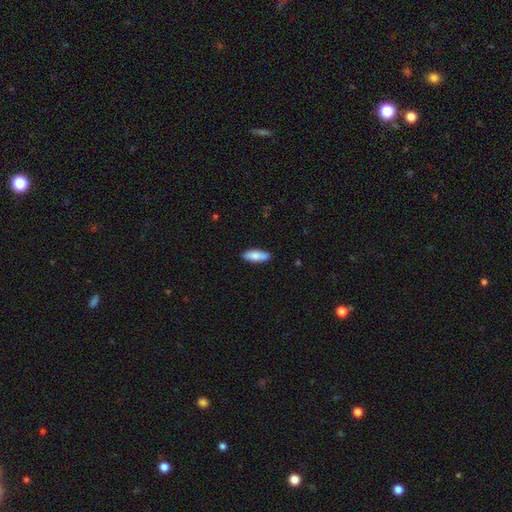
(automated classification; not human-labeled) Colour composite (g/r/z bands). It shows a smooth galaxy with no disk features (81%) that is in between round and cigar-shaped (64%). Merging: none (87%).